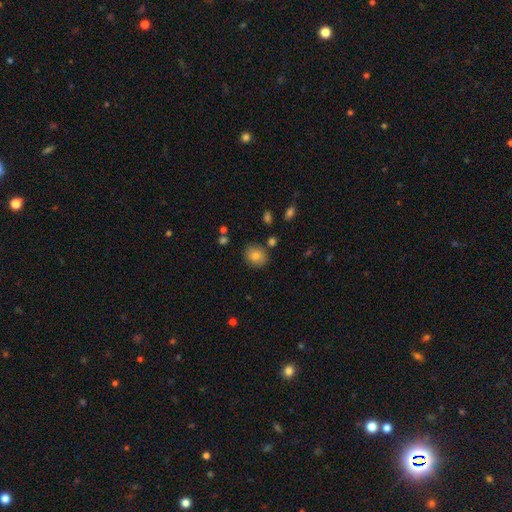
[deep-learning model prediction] This appears to be a smooth galaxy with no disk features (80%) that is round (63%). Merging: none (83%).